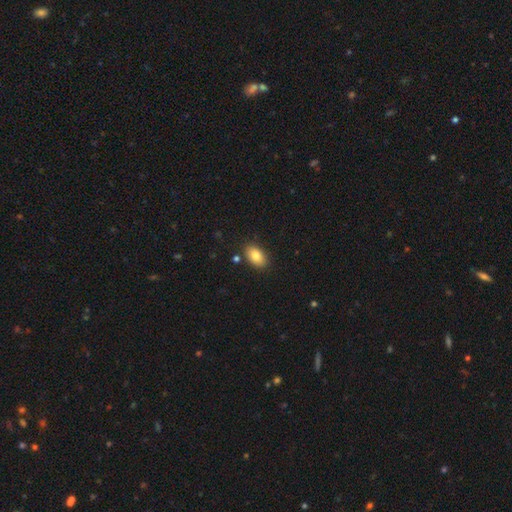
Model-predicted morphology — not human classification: The model was most divided on "smooth or featured": smooth: 83%, featured or disk: 9%, star or artifact: 8%. More confident: how rounded — in between (91%); merging — none (85%).